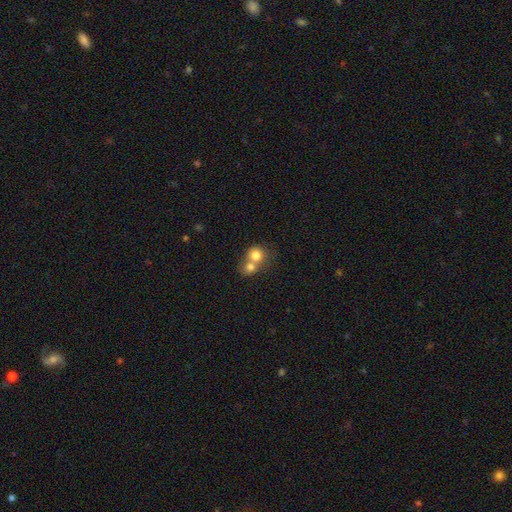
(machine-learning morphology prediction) Smooth or featured? Predicted: smooth (p=0.76). How rounded? Predicted: round (p=0.79). Merging? Predicted: merger (p=0.67).